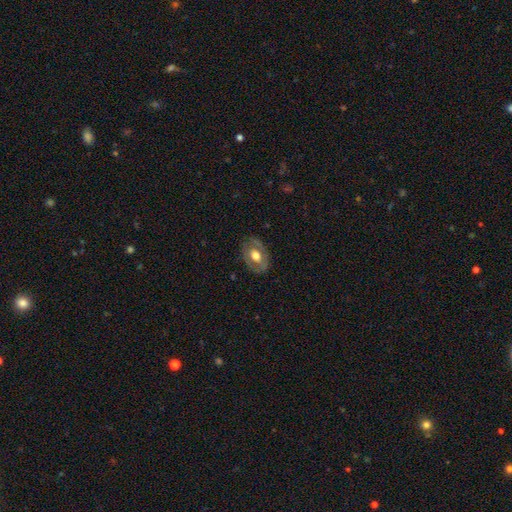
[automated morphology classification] The model was most divided on "smooth or featured": featured or disk: 49%, smooth: 44%, star or artifact: 7%. More confident: merging — none (77%).